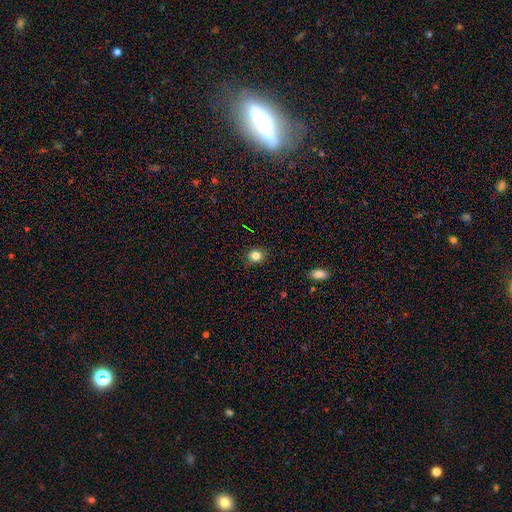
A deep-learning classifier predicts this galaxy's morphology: smooth 82%, star or artifact 12%, featured or disk 6%. Down the decision tree: how rounded — round (71%); merging — none (86%).